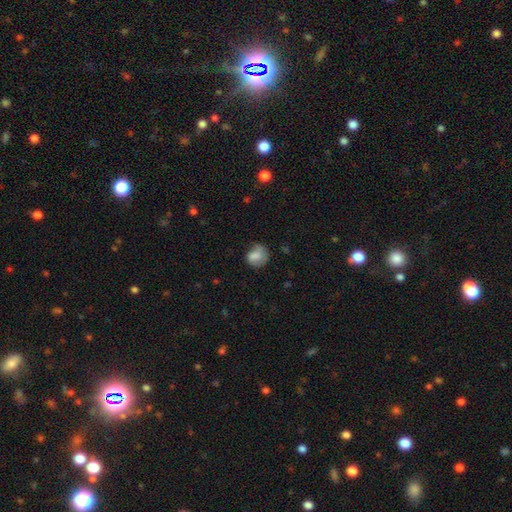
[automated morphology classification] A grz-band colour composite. It shows a smooth galaxy with no disk features (73%) that is round (69%). Merging: none (51%).